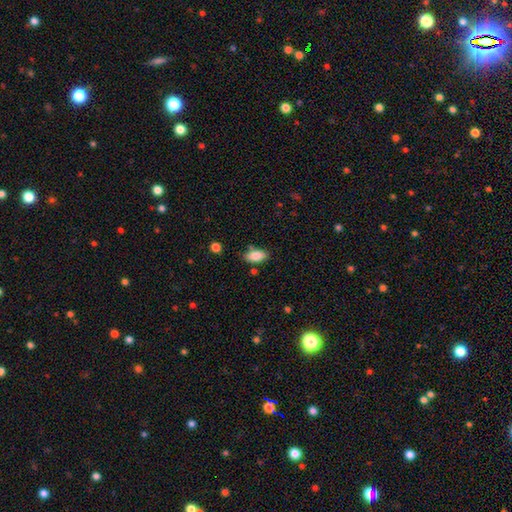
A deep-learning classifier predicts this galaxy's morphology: smooth_or_featured: smooth (p=0.86) [alt: star or artifact p=0.07]
how_rounded: in between (p=0.89) [alt: cigar-shaped p=0.08]
merging: none (p=0.76) [alt: minor disturbance p=0.15]